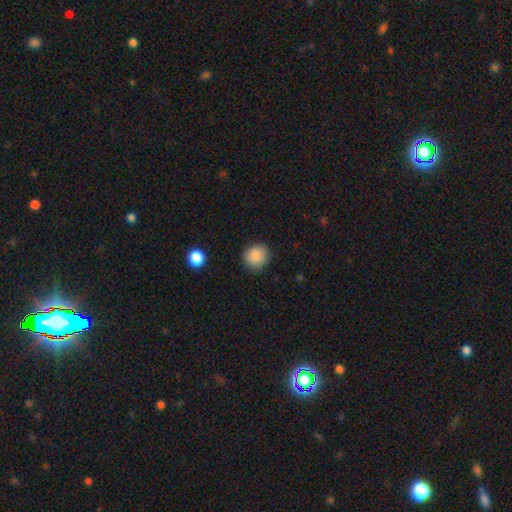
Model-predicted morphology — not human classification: Overall: smooth (87%). How rounded: round (88%). Merging: none (85%).